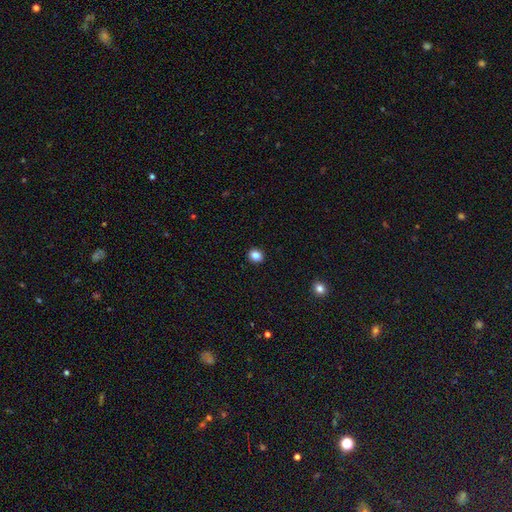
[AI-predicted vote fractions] smooth-or-featured: smooth: 85% | star or artifact: 11% | featured or disk: 4%
  how-rounded: round: 75% | in between: 24% | cigar-shaped: 1%
  merging: none: 93% | minor disturbance: 5% | major disturbance: 2% | merger: 1%